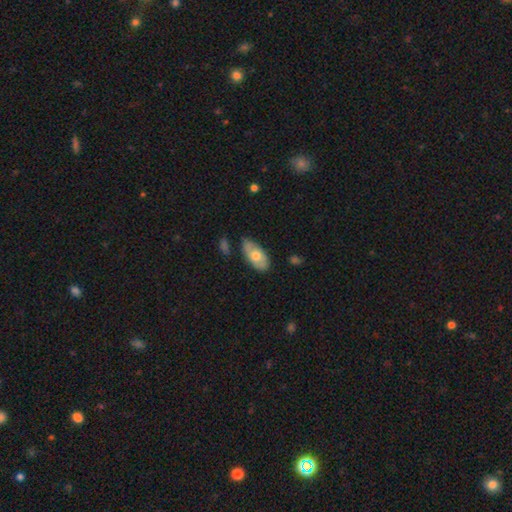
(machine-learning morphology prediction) smooth_or_featured: smooth (p=0.63) [alt: featured or disk p=0.31]
how_rounded: in between (p=0.92) [alt: cigar-shaped p=0.04]
merging: none (p=0.70) [alt: minor disturbance p=0.23]